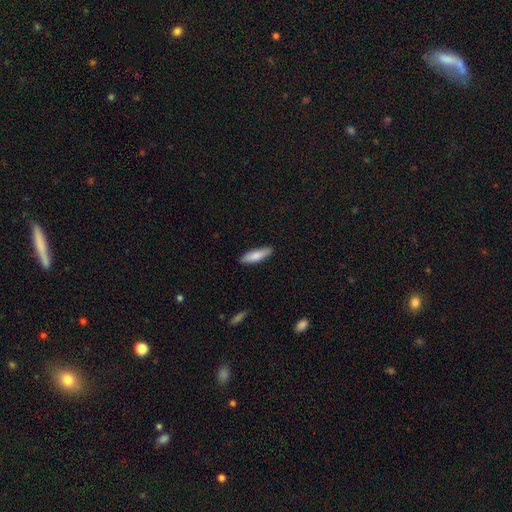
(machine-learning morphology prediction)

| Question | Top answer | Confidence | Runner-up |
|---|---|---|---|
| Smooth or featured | smooth | 81% | featured or disk (14%) |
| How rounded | cigar-shaped | 60% | in between (39%) |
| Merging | none | 88% | minor disturbance (9%) |